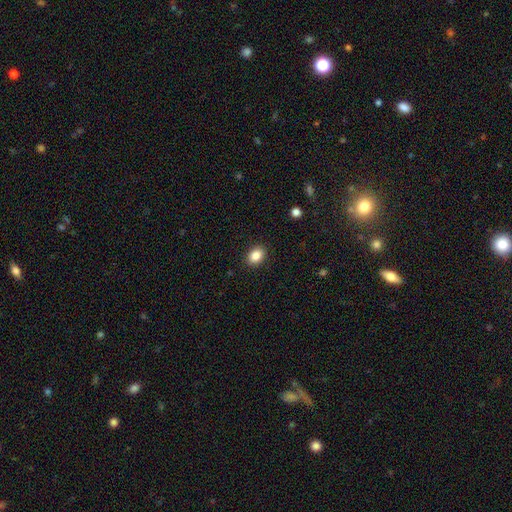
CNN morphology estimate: smooth-or-featured: smooth: 86% | star or artifact: 9% | featured or disk: 5%
  how-rounded: in between: 67% | round: 32% | cigar-shaped: 1%
  merging: none: 90% | minor disturbance: 7% | major disturbance: 2% | merger: 1%